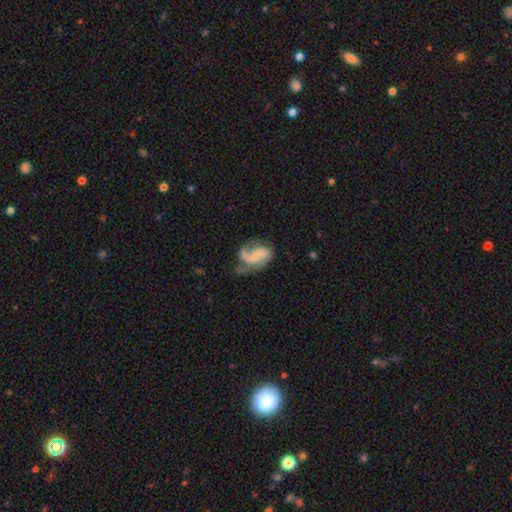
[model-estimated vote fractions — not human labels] Smooth or featured? featured or disk (75%)
Edge-on disk? no (98%)
Bar? no (49%)
Spiral arms? yes (90%)
Spiral winding? loose (44%)
Spiral arm count? 2 (66%)
Bulge size? small (46%)
Merging? none (40%)